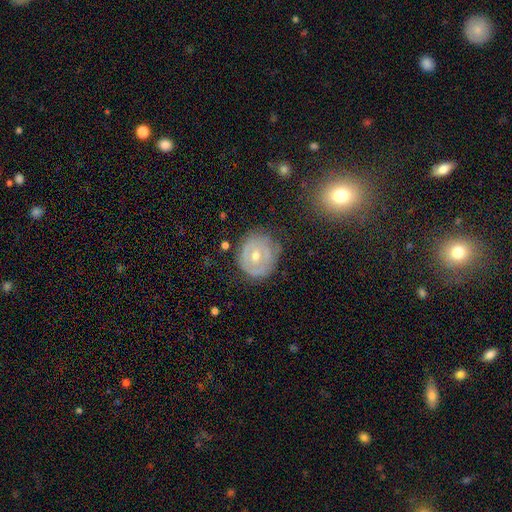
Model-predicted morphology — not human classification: This is likely a featured or disk galaxy (62%). It is clearly not viewed edge-on (96%). Bar: likely no (66%). Spiral arm pattern: possibly no (58%). Central bulge: possibly moderate (59%). Merging: likely none (76%).